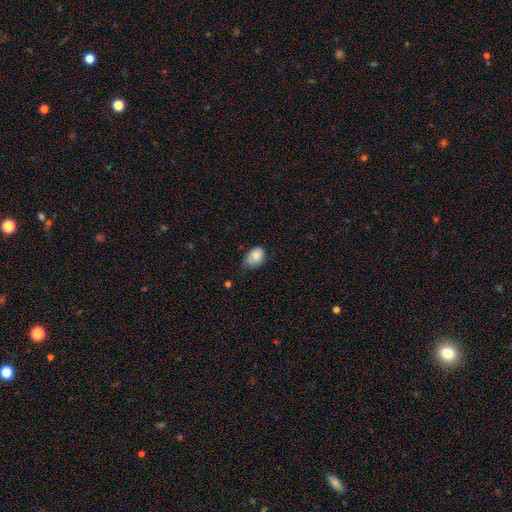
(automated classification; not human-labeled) This appears to be a smooth galaxy with no disk features (82%) that is in between round and cigar-shaped (69%). Merging: none (51%).